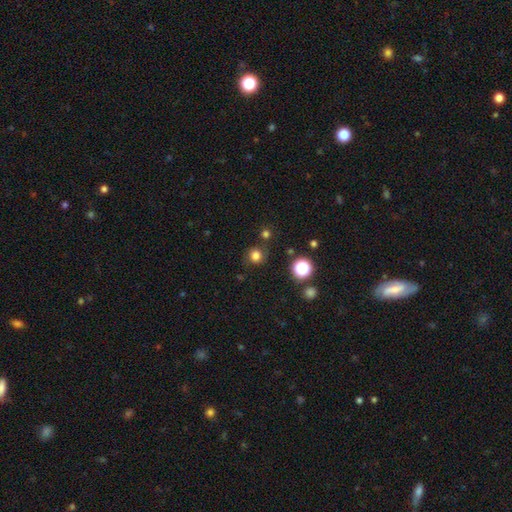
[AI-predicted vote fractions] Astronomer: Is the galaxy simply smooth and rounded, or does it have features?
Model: smooth — 78%.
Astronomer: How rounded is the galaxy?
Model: round — 89%.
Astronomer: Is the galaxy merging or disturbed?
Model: none — 80%.